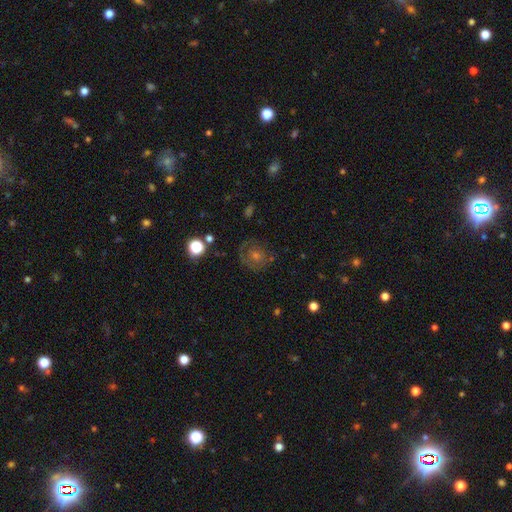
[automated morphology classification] Smooth or featured? Predicted: featured or disk (p=0.48). Merging? Predicted: none (p=0.72).